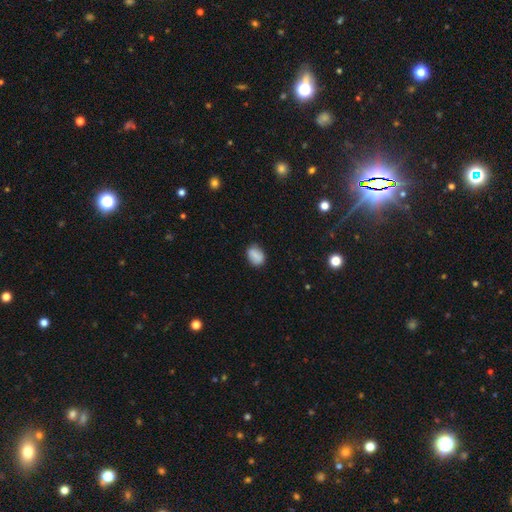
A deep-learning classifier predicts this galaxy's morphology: smooth-or-featured: smooth: 83% | featured or disk: 9% | star or artifact: 8%
  how-rounded: in between: 75% | round: 24% | cigar-shaped: 2%
  merging: none: 80% | minor disturbance: 15% | major disturbance: 3% | merger: 2%